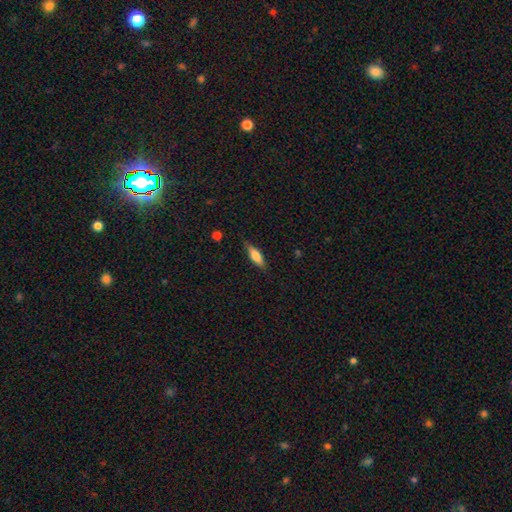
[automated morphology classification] A smooth galaxy with no disk features (71%) that is cigar-shaped (50%). Merging: none (81%).